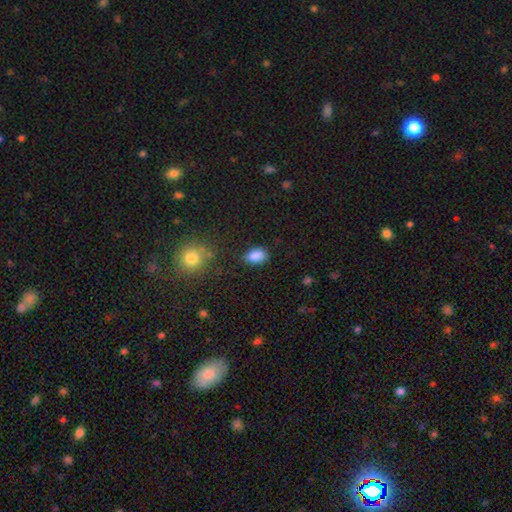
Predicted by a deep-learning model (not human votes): smooth-or-featured: smooth: 87% | star or artifact: 9% | featured or disk: 4%
  how-rounded: in between: 88% | round: 10% | cigar-shaped: 2%
  merging: none: 79% | minor disturbance: 16% | major disturbance: 3% | merger: 2%